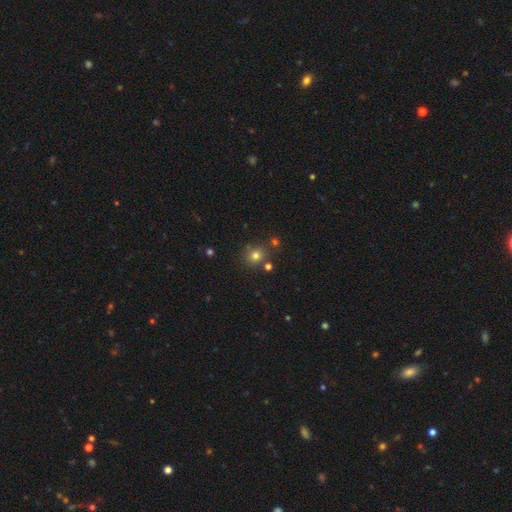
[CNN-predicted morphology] smooth 74%, star or artifact 18%, featured or disk 8%. Down the decision tree: how rounded — round (83%); merging — none (76%).